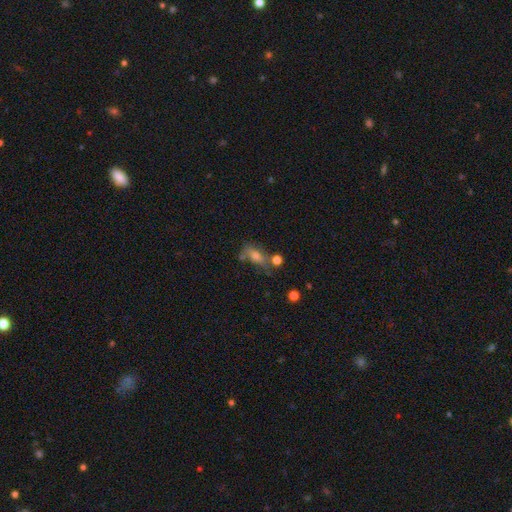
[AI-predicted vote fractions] Smooth or featured? smooth (60%)
How rounded? in between (72%)
Merging? none (47%)